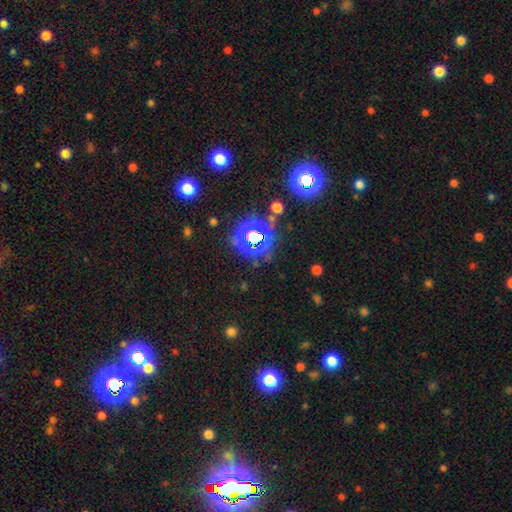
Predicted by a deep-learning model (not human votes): smooth-or-featured: star or artifact: 64% | smooth: 29% | featured or disk: 7%